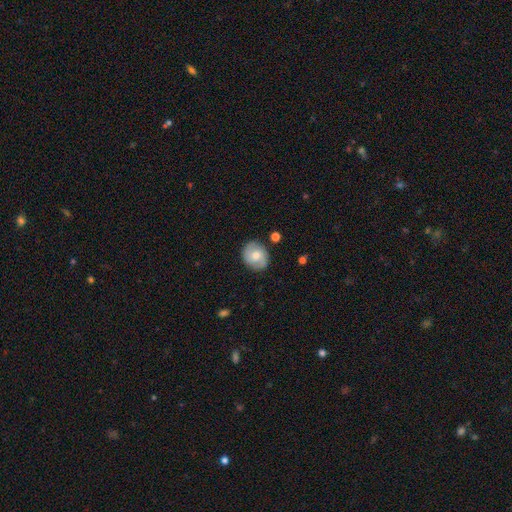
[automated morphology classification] Smooth or featured?
  - smooth: 47% *
  - featured or disk: 45%
  - star or artifact: 8%
Merging?
  - none: 83% *
  - minor disturbance: 12%
  - major disturbance: 3%
  - merger: 2%